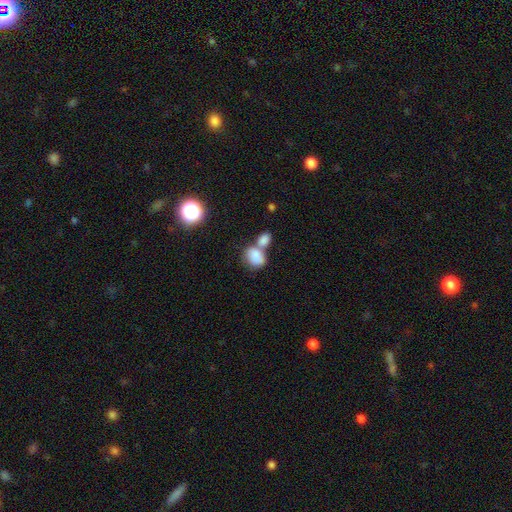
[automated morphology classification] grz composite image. It shows a smooth galaxy with no disk features (82%) that is in between round and cigar-shaped (73%). Merging: merger (60%).